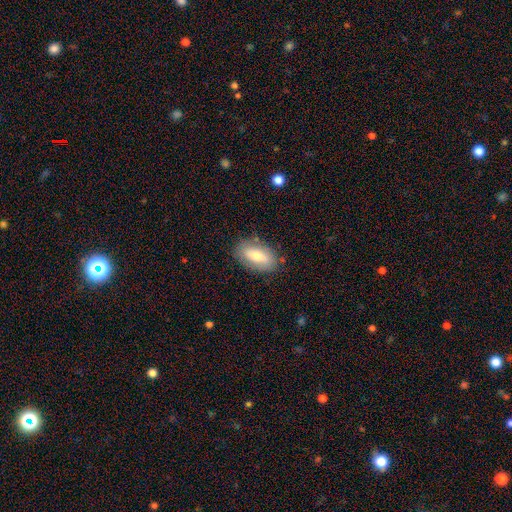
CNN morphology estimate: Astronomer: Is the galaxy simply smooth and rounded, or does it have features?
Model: smooth — 66%.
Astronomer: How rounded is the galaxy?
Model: in between — 91%.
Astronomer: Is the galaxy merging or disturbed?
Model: none — 81%.